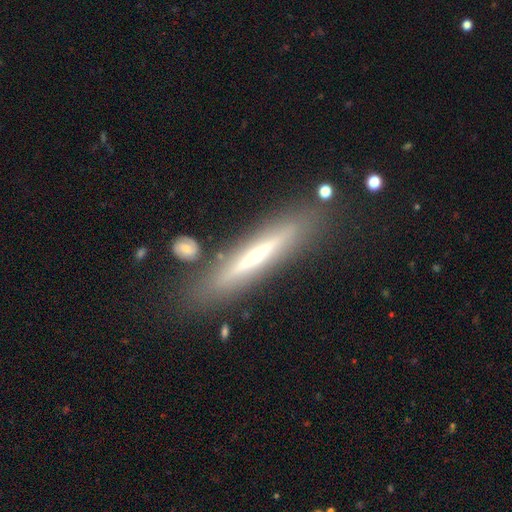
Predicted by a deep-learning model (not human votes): A featured or disk galaxy (60%) viewed edge-on (90%) with no central bulge (52%).

Vote fractions:
- Smooth or featured? featured or disk: 60% / smooth: 32% / star or artifact: 8%
- Edge-on disk? yes: 90% / no: 10%
- Edge-on bulge? none: 52% / rounded: 34% / boxy: 13%
- Merging? none: 80% / minor disturbance: 12% / merger: 5% / major disturbance: 4%